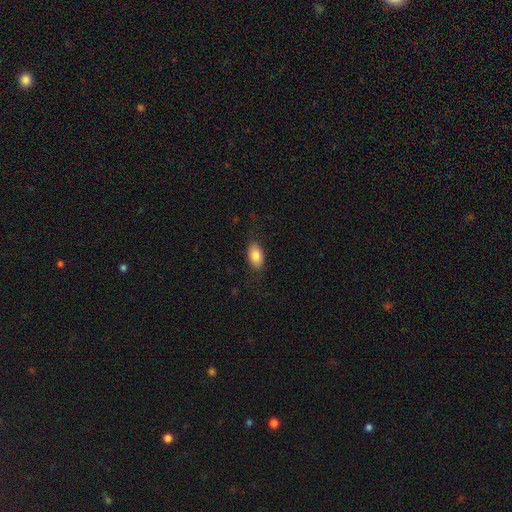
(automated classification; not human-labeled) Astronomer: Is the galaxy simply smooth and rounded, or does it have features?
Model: smooth — 83%.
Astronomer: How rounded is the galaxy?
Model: in between — 92%.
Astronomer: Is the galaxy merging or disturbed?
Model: none — 83%.